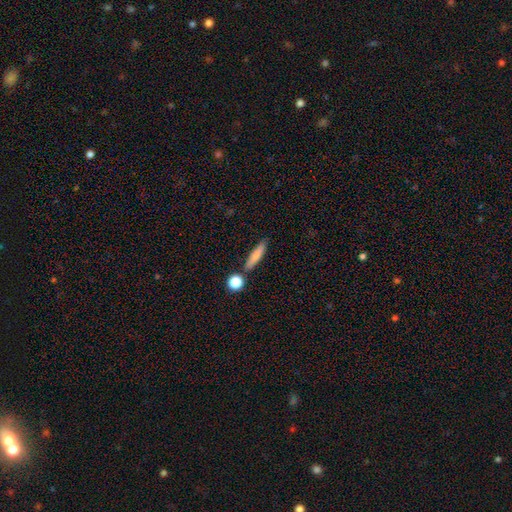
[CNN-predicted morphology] smooth-or-featured: smooth: 76% | featured or disk: 17% | star or artifact: 7%
  how-rounded: cigar-shaped: 80% | in between: 17% | round: 3%
  merging: none: 80% | minor disturbance: 10% | merger: 7% | major disturbance: 2%